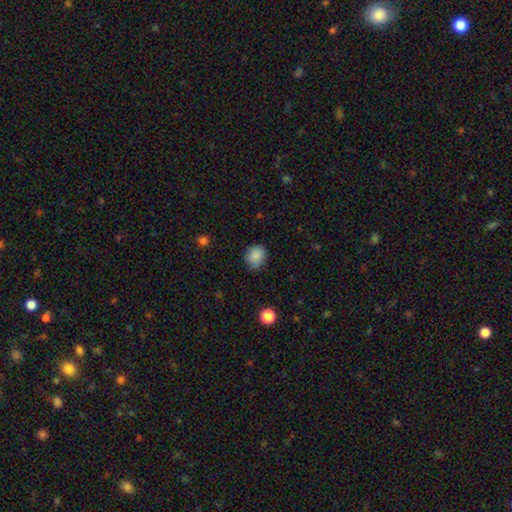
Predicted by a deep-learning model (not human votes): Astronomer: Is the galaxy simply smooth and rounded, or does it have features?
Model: smooth — 86%.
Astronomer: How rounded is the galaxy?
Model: round — 73%.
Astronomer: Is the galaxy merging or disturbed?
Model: none — 76%.